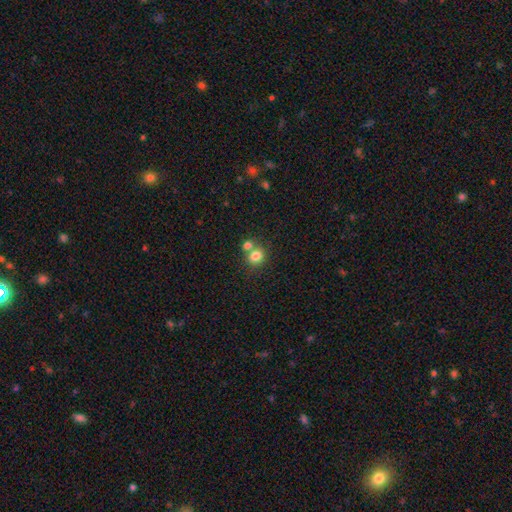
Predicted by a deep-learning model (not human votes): Morphology: type=smooth (80%); roundness=round (70%); merging=none (51%).